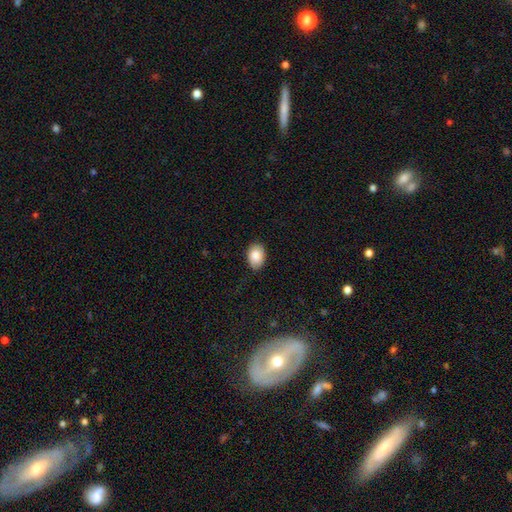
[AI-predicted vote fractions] Smooth or featured?
  - smooth: 86% *
  - star or artifact: 7%
  - featured or disk: 7%
How rounded?
  - in between: 81% *
  - round: 18%
  - cigar-shaped: 1%
Merging?
  - none: 82% *
  - minor disturbance: 14%
  - major disturbance: 2%
  - merger: 1%